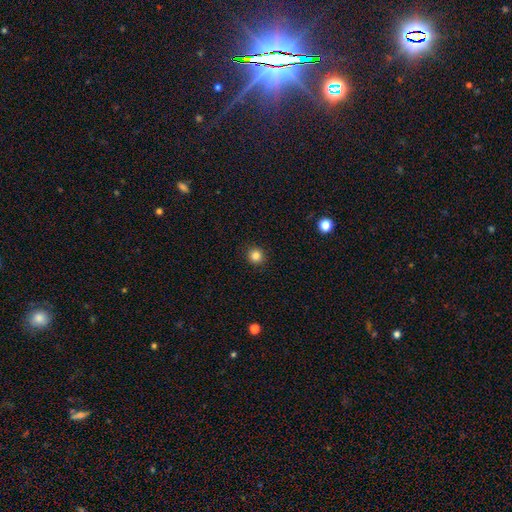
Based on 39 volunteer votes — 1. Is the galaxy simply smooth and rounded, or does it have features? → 82% smooth, 10% star or artifact, 8% featured or disk.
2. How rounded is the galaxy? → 97% round, 3% in between, 0% cigar-shaped.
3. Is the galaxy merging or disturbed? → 91% none, 6% major disturbance, 3% minor disturbance, 0% merger.